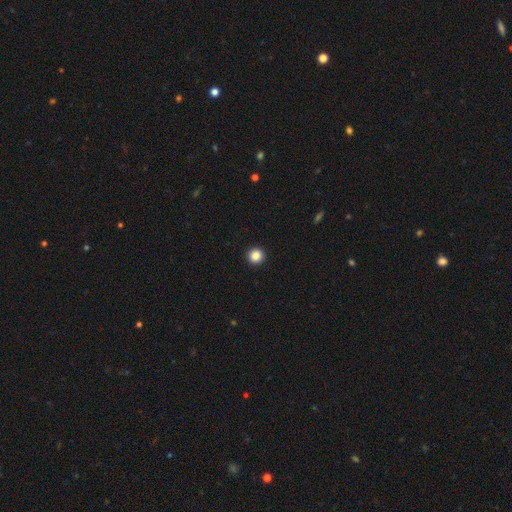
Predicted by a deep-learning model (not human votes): A smooth galaxy with no disk features (86%) that is round (95%).

Vote fractions:
- Smooth or featured? smooth: 86% / star or artifact: 10% / featured or disk: 3%
- How rounded? round: 95% / in between: 4% / cigar-shaped: 1%
- Merging? none: 94% / minor disturbance: 4% / major disturbance: 1% / merger: 1%